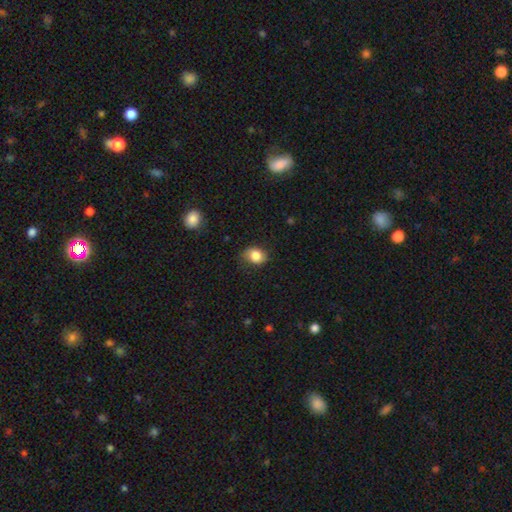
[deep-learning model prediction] Smooth or featured? smooth (83%)
How rounded? in between (53%)
Merging? none (71%)